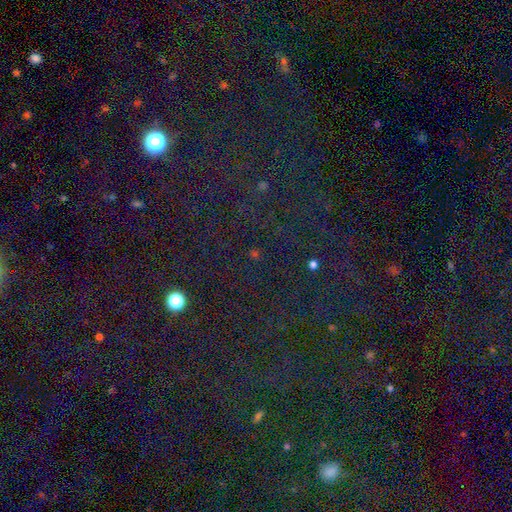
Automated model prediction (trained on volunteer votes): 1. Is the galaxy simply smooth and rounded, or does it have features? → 78% star or artifact, 14% smooth, 8% featured or disk.